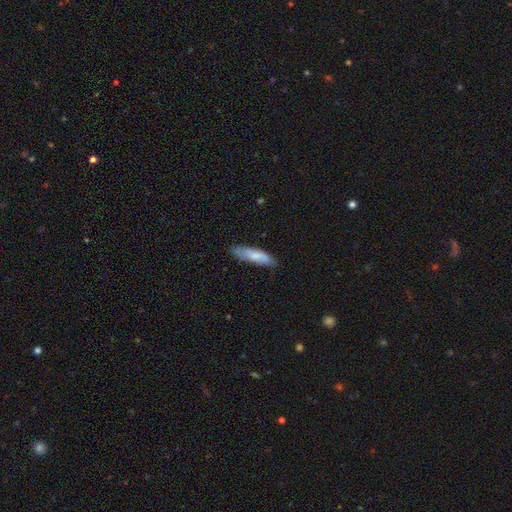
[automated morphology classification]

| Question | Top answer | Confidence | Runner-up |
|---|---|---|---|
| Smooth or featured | smooth | 74% | featured or disk (21%) |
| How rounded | cigar-shaped | 64% | in between (35%) |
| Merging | none | 76% | minor disturbance (19%) |